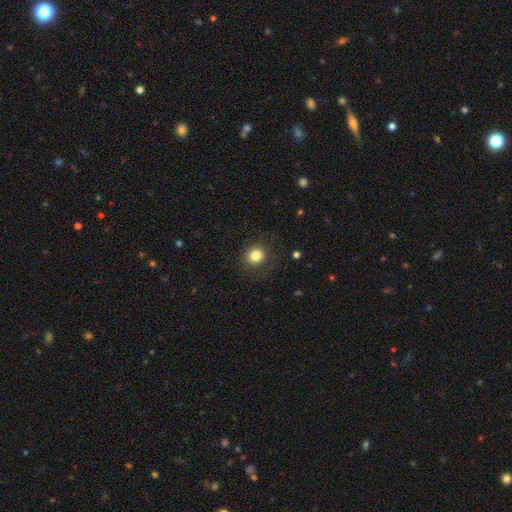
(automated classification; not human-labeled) Overall: smooth (83%). How rounded: round (86%). Merging: none (86%).